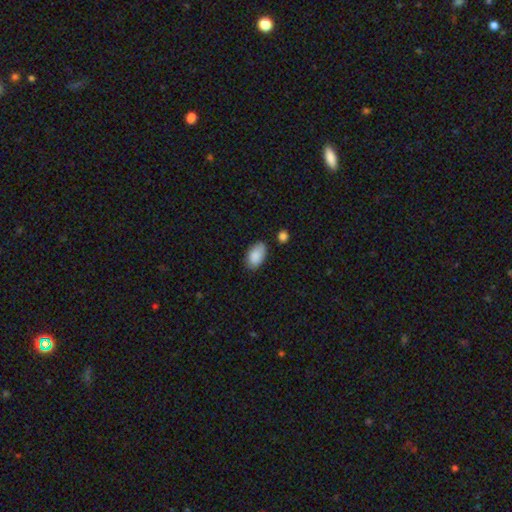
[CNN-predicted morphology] A smooth galaxy with no disk features (88%) that is in between round and cigar-shaped (94%). Merging: none (76%).